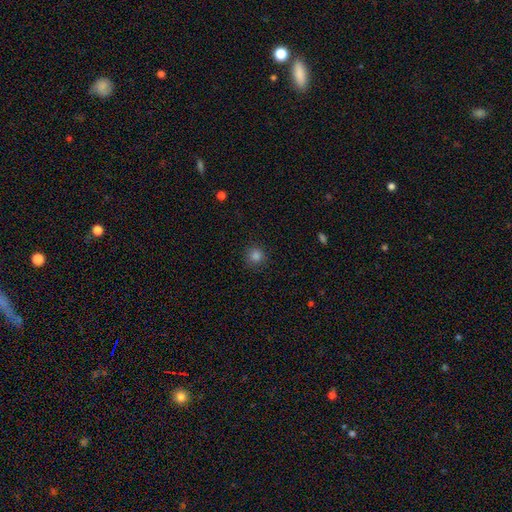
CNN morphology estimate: Smooth or featured?
  - smooth: 84% *
  - star or artifact: 13%
  - featured or disk: 4%
How rounded?
  - round: 93% *
  - in between: 6%
  - cigar-shaped: 1%
Merging?
  - none: 89% *
  - minor disturbance: 7%
  - major disturbance: 2%
  - merger: 1%